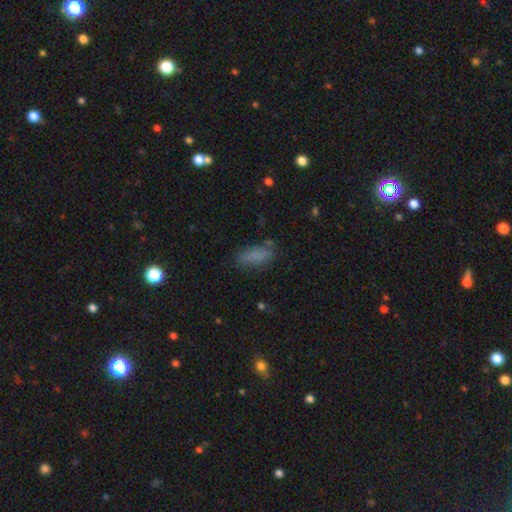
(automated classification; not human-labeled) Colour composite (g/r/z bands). It shows a smooth galaxy with no disk features (81%) that is in between round and cigar-shaped (74%). Merging: none (70%).